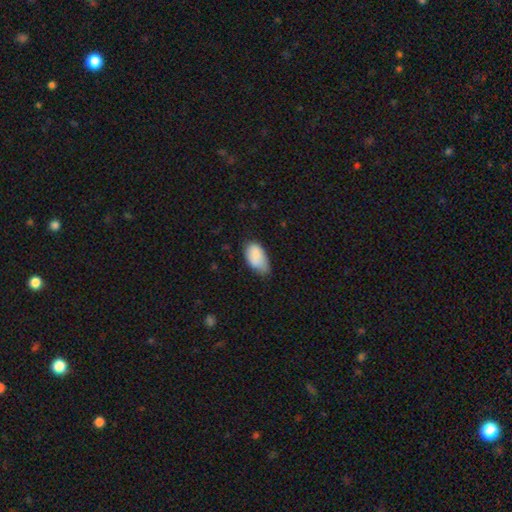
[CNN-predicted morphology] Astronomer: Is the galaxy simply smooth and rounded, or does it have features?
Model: smooth — 84%.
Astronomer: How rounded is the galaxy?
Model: in between — 94%.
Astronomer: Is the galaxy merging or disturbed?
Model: none — 46% (runner-up: minor disturbance, 44%).